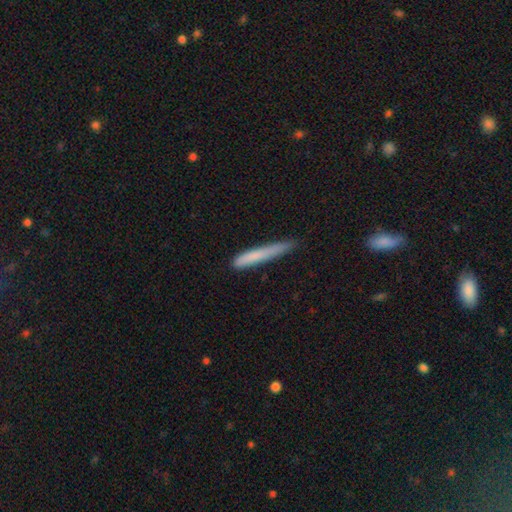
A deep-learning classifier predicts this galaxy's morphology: This is likely a smooth galaxy (75%). How rounded: clearly cigar-shaped (96%). Merging: likely none (72%).